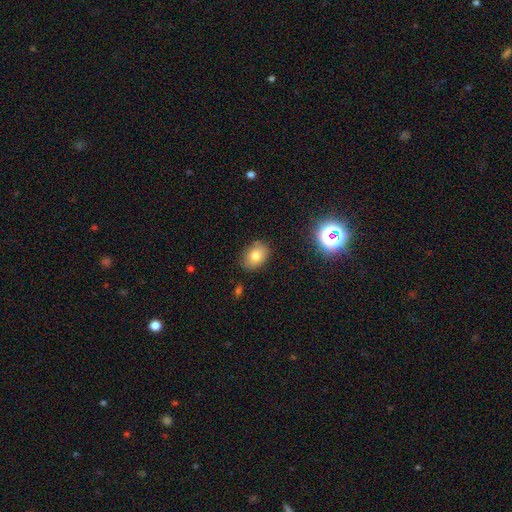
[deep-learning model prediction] smooth_or_featured: smooth (p=0.78) [alt: featured or disk p=0.11]
how_rounded: in between (p=0.77) [alt: round p=0.22]
merging: none (p=0.82) [alt: minor disturbance p=0.14]